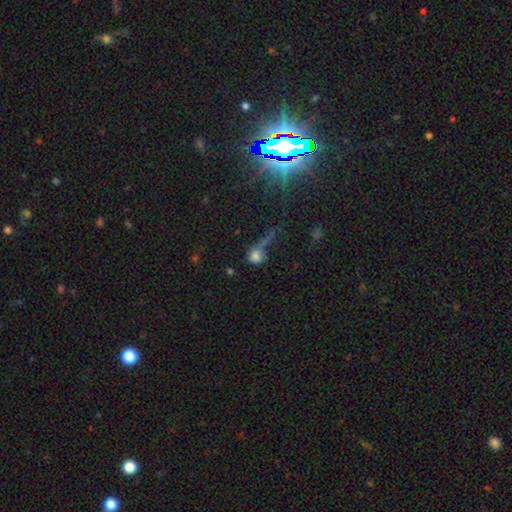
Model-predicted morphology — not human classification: smooth-or-featured: smooth: 72% | star or artifact: 15% | featured or disk: 13%
  how-rounded: round: 78% | in between: 18% | cigar-shaped: 3%
  merging: none: 35% | major disturbance: 27% | merger: 21% | minor disturbance: 17%